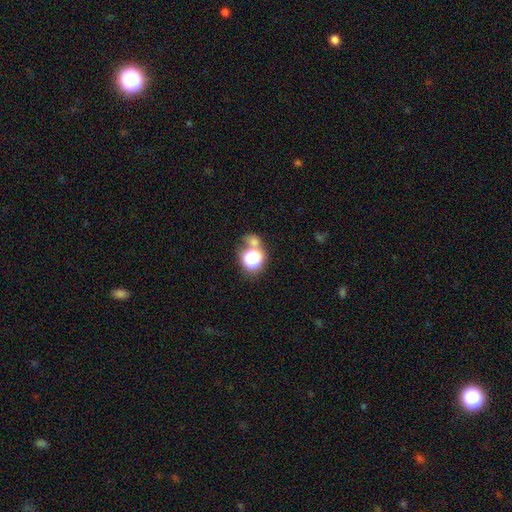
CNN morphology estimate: smooth-or-featured: smooth: 63% | star or artifact: 25% | featured or disk: 12%
  how-rounded: round: 67% | in between: 32% | cigar-shaped: 1%
  merging: none: 44% | merger: 39% | minor disturbance: 10% | major disturbance: 7%